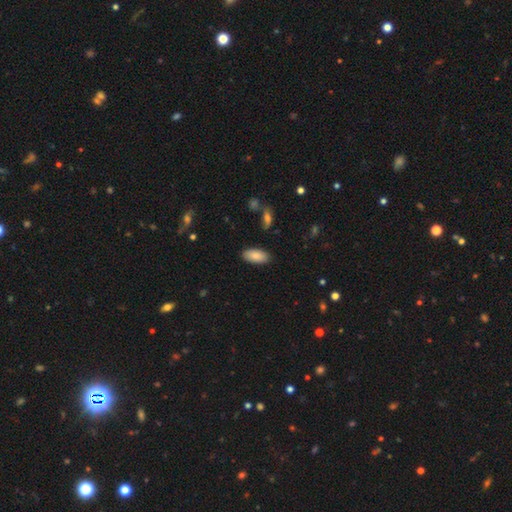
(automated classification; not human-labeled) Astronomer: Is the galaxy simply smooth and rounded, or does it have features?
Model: smooth — 86%.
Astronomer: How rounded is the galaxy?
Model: in between — 92%.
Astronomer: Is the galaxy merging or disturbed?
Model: none — 87%.